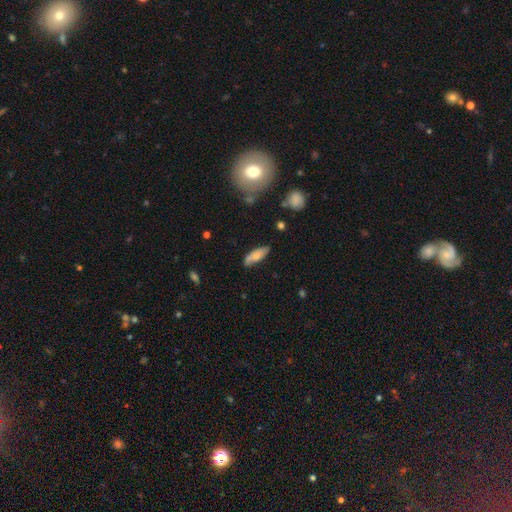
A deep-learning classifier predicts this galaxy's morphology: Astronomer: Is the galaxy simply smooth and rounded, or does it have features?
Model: smooth — 70%.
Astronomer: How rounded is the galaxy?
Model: in between — 59% (runner-up: cigar-shaped, 38%).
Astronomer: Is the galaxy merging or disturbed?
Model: none — 72%.